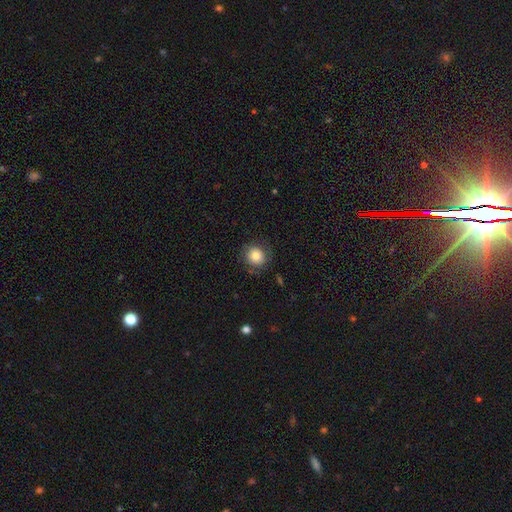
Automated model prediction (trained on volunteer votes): Overall: smooth (82%). How rounded: round (86%). Merging: none (82%).